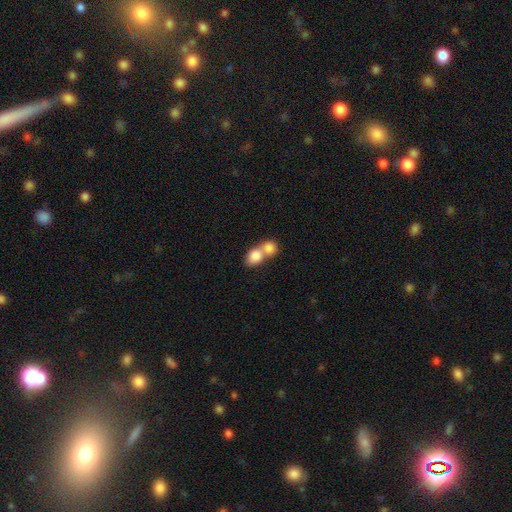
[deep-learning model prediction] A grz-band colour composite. It shows a smooth galaxy with no disk features (83%) that is in between round and cigar-shaped (50%). Merging: merger (73%).